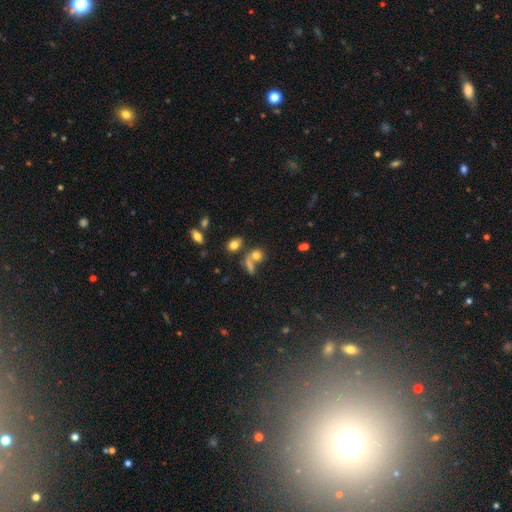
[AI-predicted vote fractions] A smooth galaxy with no disk features (74%) that is round (57%). Merging: none (45%).